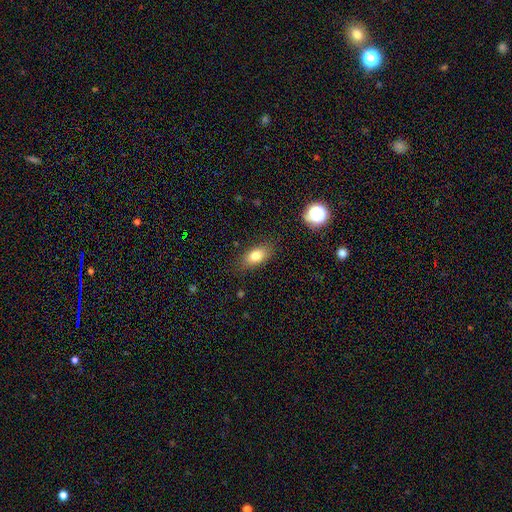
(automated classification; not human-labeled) Smooth or featured? smooth (79%)
How rounded? in between (84%)
Merging? none (82%)